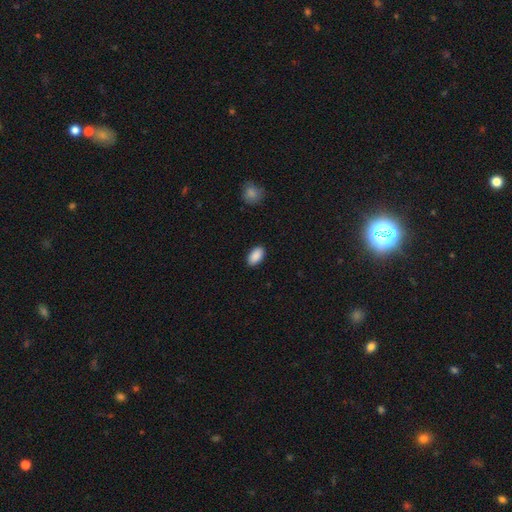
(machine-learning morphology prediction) This is clearly a smooth galaxy (90%). How rounded: clearly in between (94%). Merging: clearly none (88%).